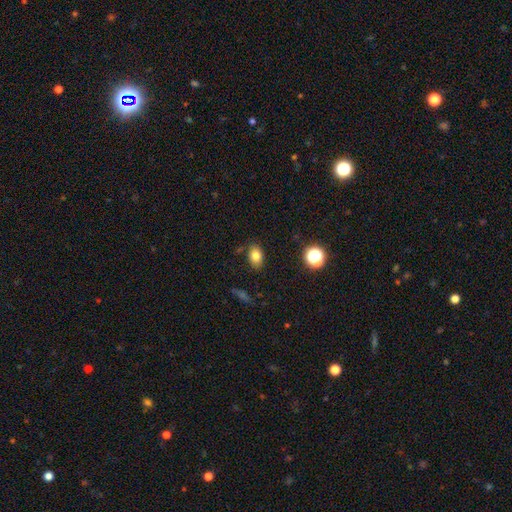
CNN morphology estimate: The model was most divided on "how rounded": in between: 82%, round: 16%, cigar-shaped: 1%. More confident: merging — none (80%); smooth or featured — smooth (79%).